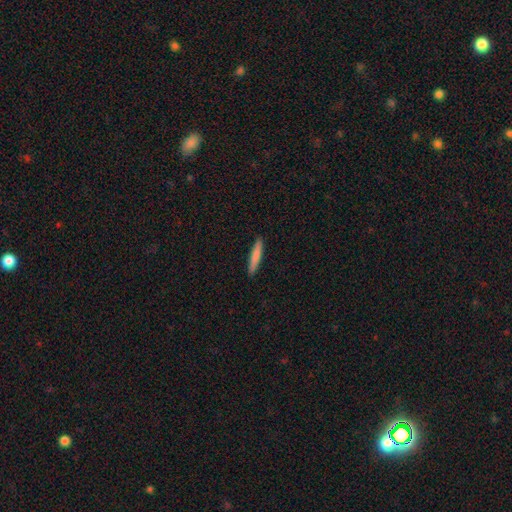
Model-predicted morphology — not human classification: This is likely a smooth galaxy (78%). How rounded: clearly cigar-shaped (93%). Merging: clearly none (91%).